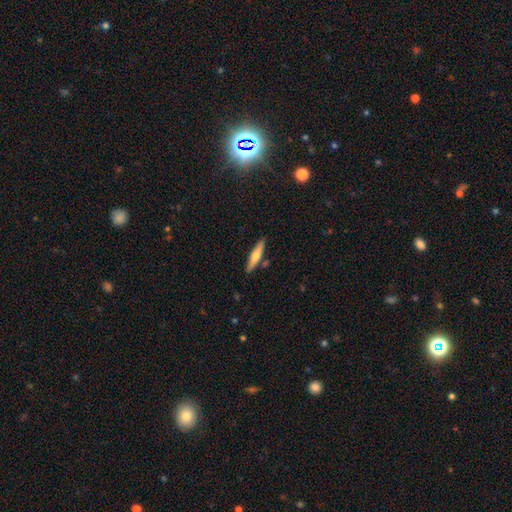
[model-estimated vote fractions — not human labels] This appears to be a smooth galaxy with no disk features (56%) that is cigar-shaped (87%). Merging: none (85%).